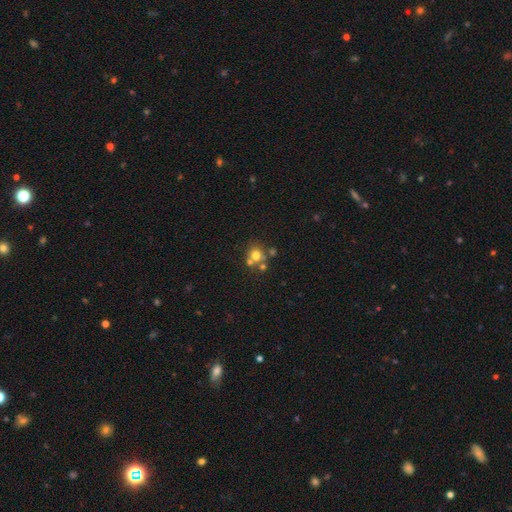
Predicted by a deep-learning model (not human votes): Smooth or featured? smooth (68%)
How rounded? round (85%)
Merging? none (55%)